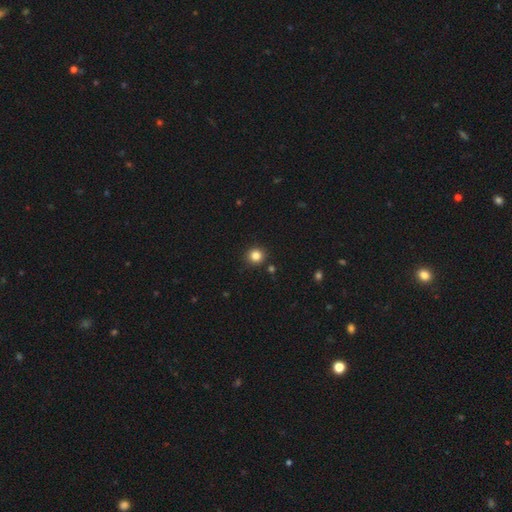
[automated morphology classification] smooth-or-featured: smooth: 83% | star or artifact: 12% | featured or disk: 4%
  how-rounded: round: 91% | in between: 8% | cigar-shaped: 1%
  merging: none: 90% | minor disturbance: 6% | merger: 2% | major disturbance: 2%